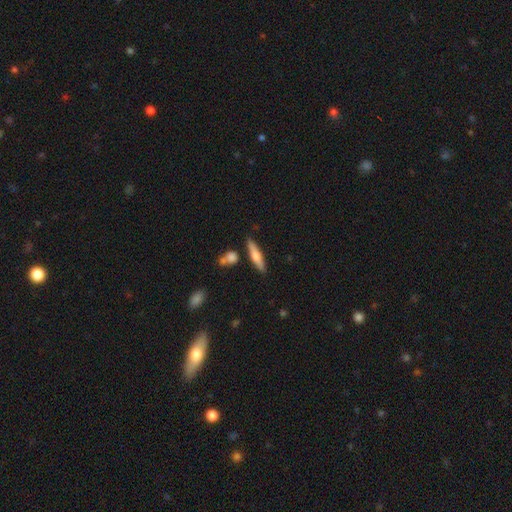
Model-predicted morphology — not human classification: smooth_or_featured: smooth (p=0.50) [alt: featured or disk p=0.44]
merging: none (p=0.81) [alt: minor disturbance p=0.10]